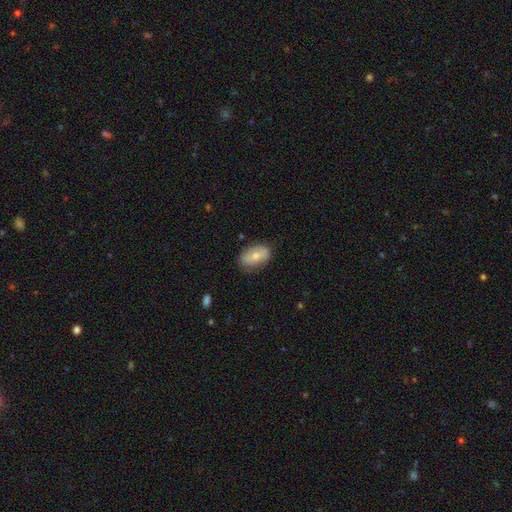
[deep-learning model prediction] Smooth or featured: smooth — 67% (featured or disk — 26%)
How rounded: in between — 88% (round — 10%)
Merging: none — 76% (minor disturbance — 18%)